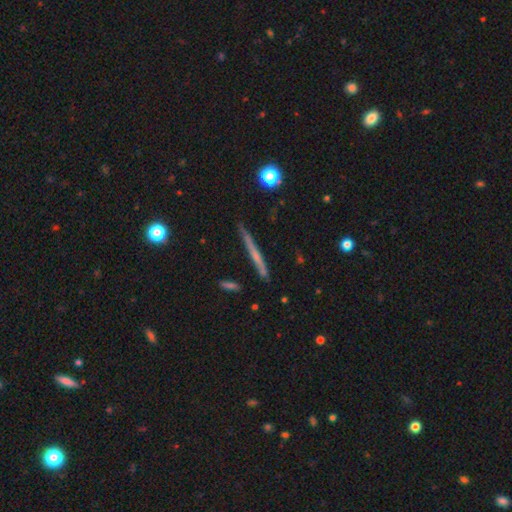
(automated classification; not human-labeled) smooth_or_featured: featured or disk (p=0.53) [alt: smooth p=0.39]
disk_edge_on: yes (p=0.96) [alt: no p=0.04]
edge_on_bulge: none (p=0.78) [alt: rounded p=0.16]
merging: none (p=0.86) [alt: minor disturbance p=0.10]